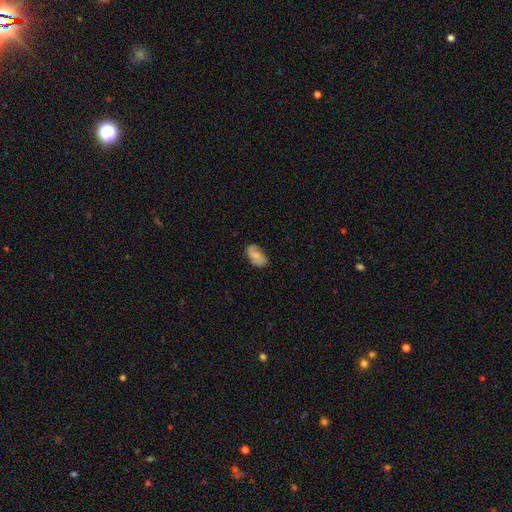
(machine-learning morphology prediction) This is likely a smooth galaxy (70%). How rounded: clearly in between (92%). Merging: likely none (67%).